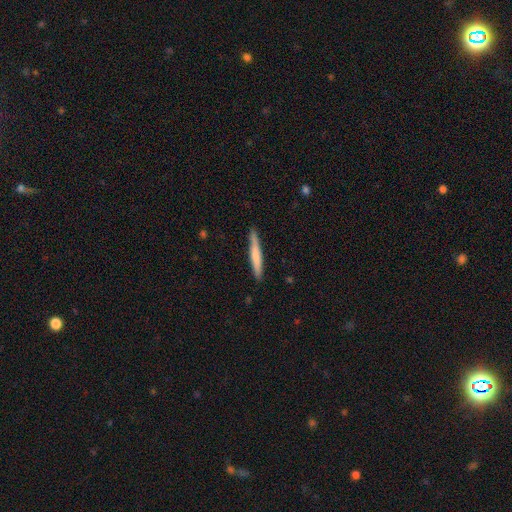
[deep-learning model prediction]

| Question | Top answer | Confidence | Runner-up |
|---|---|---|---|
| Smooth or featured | smooth | 67% | featured or disk (28%) |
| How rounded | cigar-shaped | 95% | in between (4%) |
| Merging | none | 88% | minor disturbance (9%) |